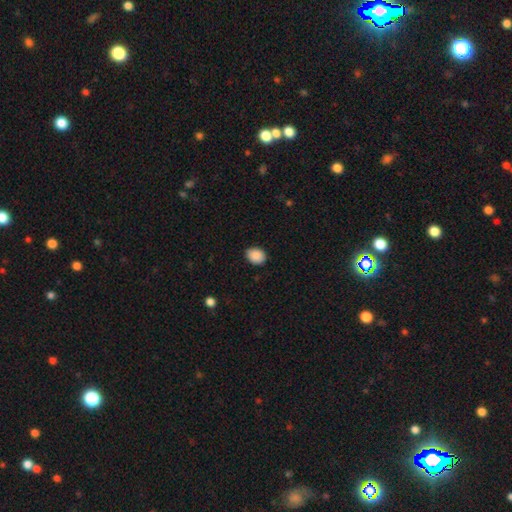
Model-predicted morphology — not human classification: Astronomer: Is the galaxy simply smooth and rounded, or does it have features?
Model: smooth — 89%.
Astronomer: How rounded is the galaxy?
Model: in between — 55% (runner-up: round, 44%).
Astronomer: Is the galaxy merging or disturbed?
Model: none — 87%.